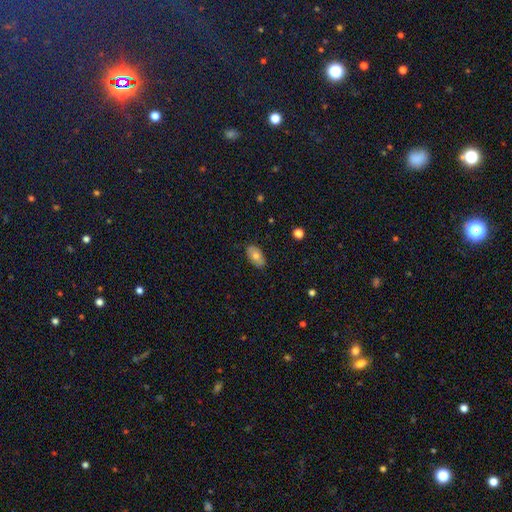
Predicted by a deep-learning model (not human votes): Smooth or featured?
  - smooth: 70% *
  - featured or disk: 23%
  - star or artifact: 8%
How rounded?
  - in between: 92% *
  - round: 6%
  - cigar-shaped: 2%
Merging?
  - none: 83% *
  - minor disturbance: 14%
  - major disturbance: 2%
  - merger: 1%